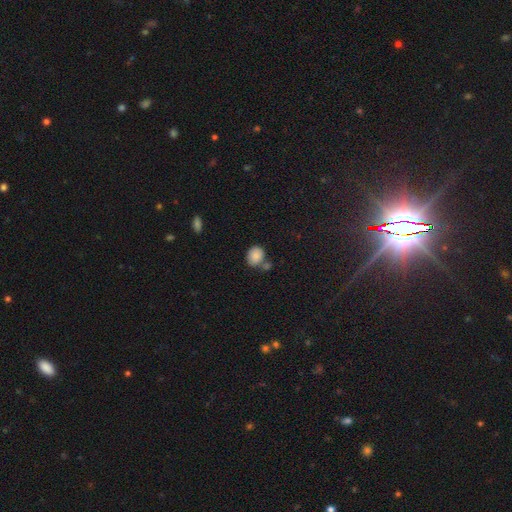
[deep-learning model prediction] Smooth or featured?
  - smooth: 84% *
  - star or artifact: 9%
  - featured or disk: 7%
How rounded?
  - round: 62% *
  - in between: 37%
  - cigar-shaped: 1%
Merging?
  - none: 58% *
  - merger: 23%
  - minor disturbance: 14%
  - major disturbance: 4%